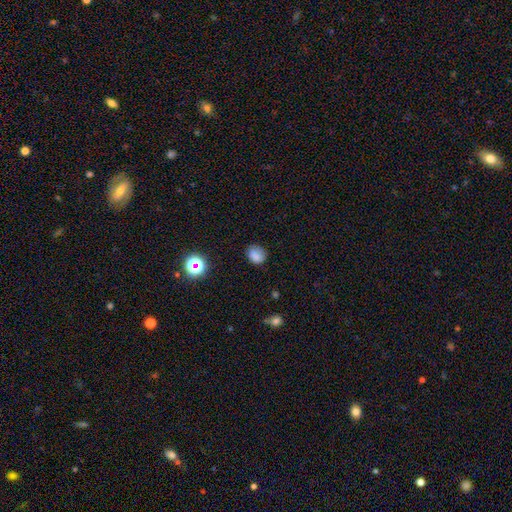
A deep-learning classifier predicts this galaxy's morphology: This appears to be a smooth galaxy with no disk features (80%) that is round (56%). Merging: none (76%).